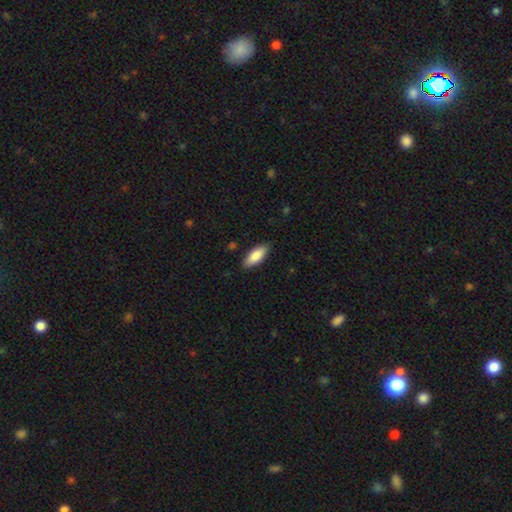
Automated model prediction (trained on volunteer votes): Overall: smooth (86%). How rounded: in between (78%). Merging: none (85%).